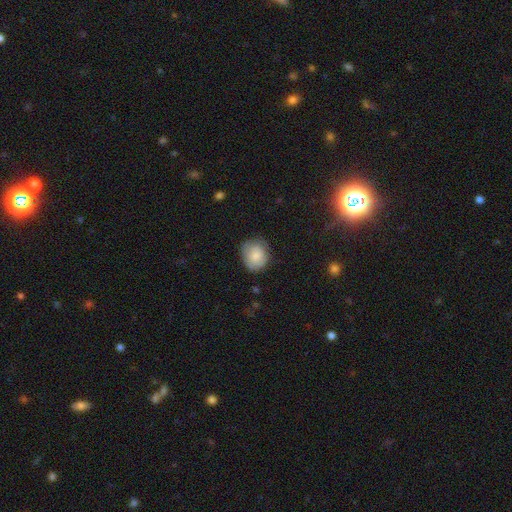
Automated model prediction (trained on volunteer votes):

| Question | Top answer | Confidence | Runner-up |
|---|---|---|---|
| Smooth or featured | smooth | 80% | featured or disk (13%) |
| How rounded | round | 67% | in between (32%) |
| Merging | none | 68% | minor disturbance (25%) |